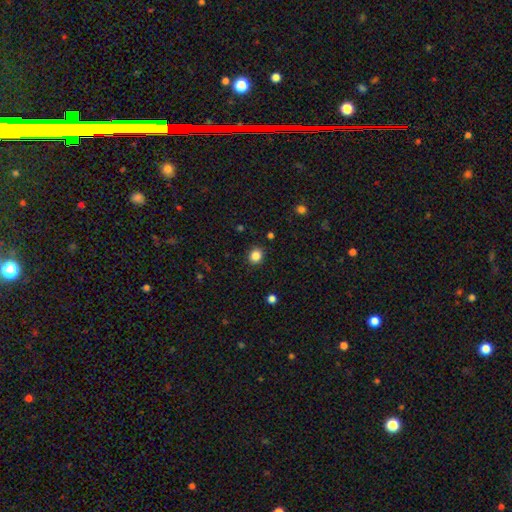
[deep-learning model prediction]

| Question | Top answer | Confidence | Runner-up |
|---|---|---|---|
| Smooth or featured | smooth | 85% | star or artifact (11%) |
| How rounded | round | 81% | in between (18%) |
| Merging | none | 89% | minor disturbance (7%) |